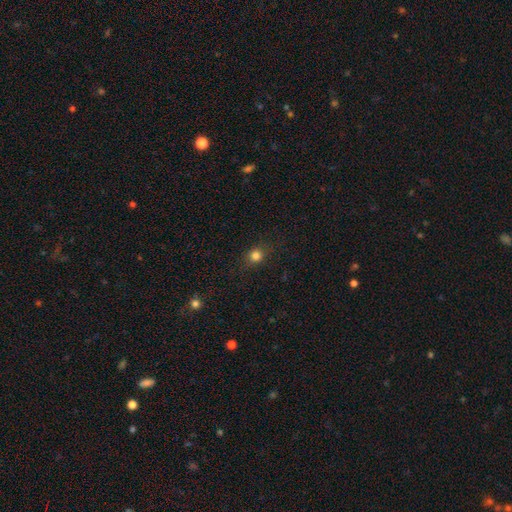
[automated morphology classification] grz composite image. It shows a smooth galaxy with no disk features (80%) that is round (80%). Merging: none (84%).